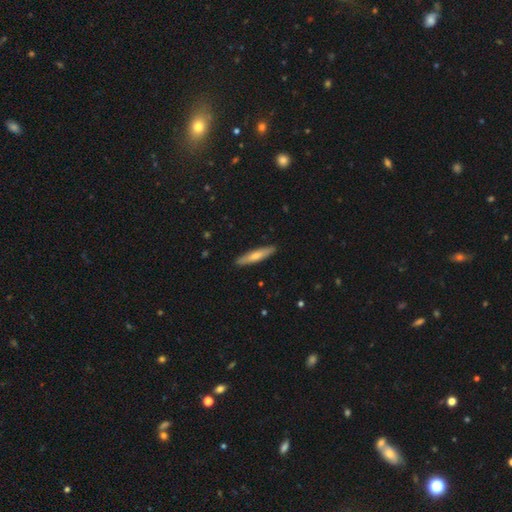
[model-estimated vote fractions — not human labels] Smooth or featured? smooth (65%)
How rounded? cigar-shaped (88%)
Merging? none (90%)